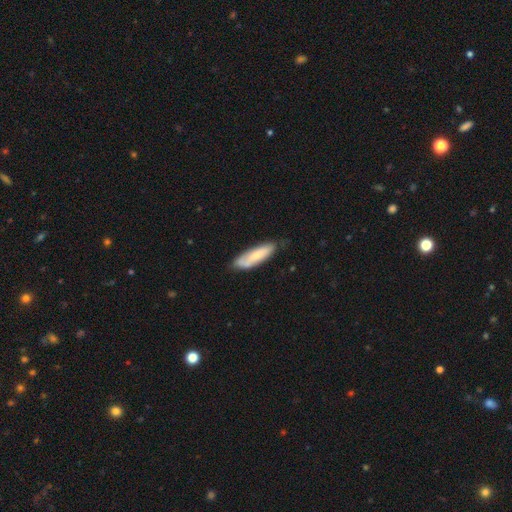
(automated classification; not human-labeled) Smooth or featured? Predicted: smooth (p=0.64). How rounded? Predicted: cigar-shaped (p=0.55). Merging? Predicted: none (p=0.66).